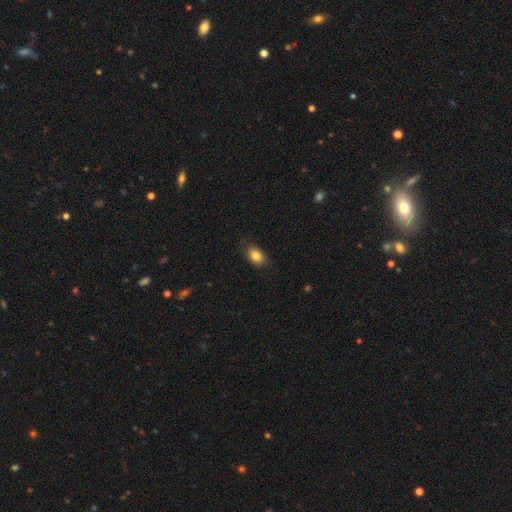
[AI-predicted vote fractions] smooth-or-featured: smooth: 83% | star or artifact: 9% | featured or disk: 8%
  how-rounded: in between: 83% | round: 16% | cigar-shaped: 1%
  merging: none: 81% | minor disturbance: 15% | major disturbance: 3% | merger: 1%